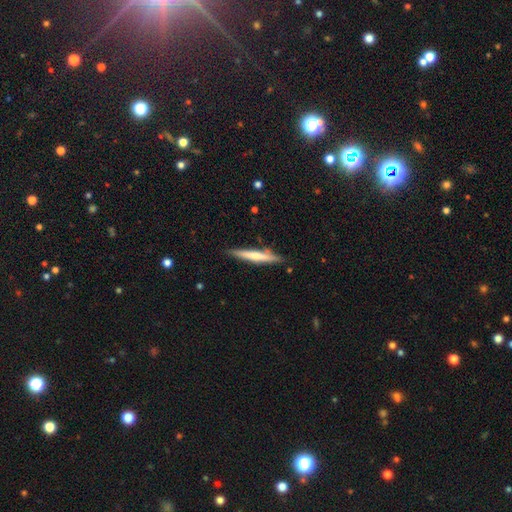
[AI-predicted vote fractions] A smooth galaxy with no disk features (53%) that is cigar-shaped (94%).

Vote fractions:
- Smooth or featured? smooth: 53% / featured or disk: 41% / star or artifact: 6%
- How rounded? cigar-shaped: 94% / in between: 4% / round: 1%
- Merging? none: 84% / minor disturbance: 12% / merger: 2% / major disturbance: 2%